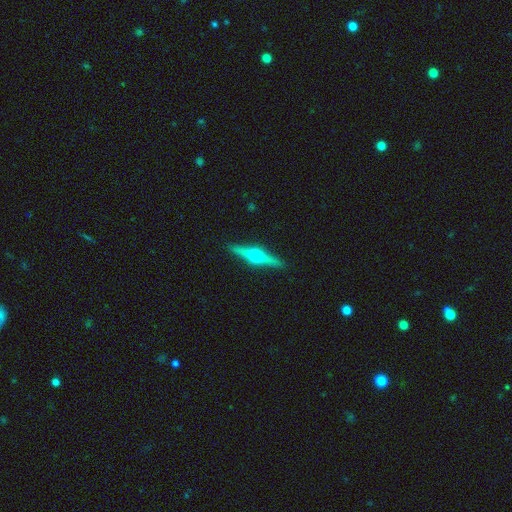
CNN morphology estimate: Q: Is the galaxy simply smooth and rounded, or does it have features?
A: featured or disk — 79%.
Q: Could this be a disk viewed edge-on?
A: yes — 98%.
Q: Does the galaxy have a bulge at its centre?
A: rounded — 96%.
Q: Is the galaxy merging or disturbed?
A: none — 92%.